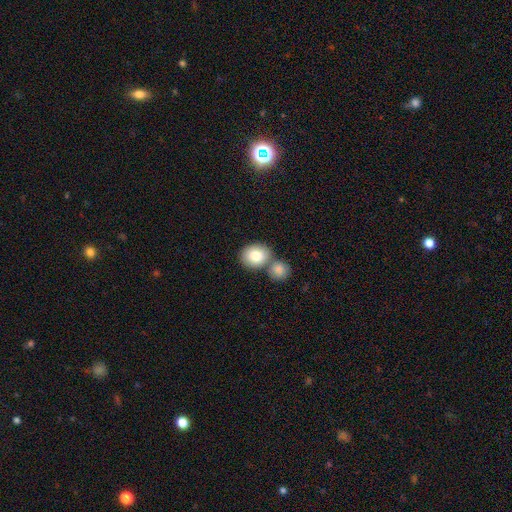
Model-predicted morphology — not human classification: A smooth galaxy with no disk features (81%) that is round (73%). Merging: none (51%).